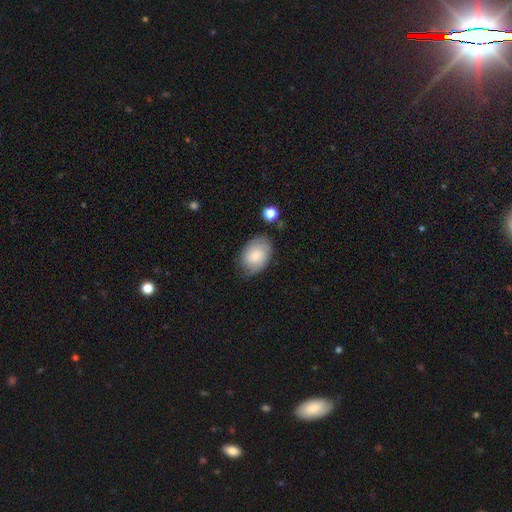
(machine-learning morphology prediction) A smooth galaxy with no disk features (68%) that is in between round and cigar-shaped (80%).

Vote fractions:
- Smooth or featured? smooth: 68% / featured or disk: 25% / star or artifact: 7%
- How rounded? in between: 80% / round: 19% / cigar-shaped: 1%
- Merging? none: 69% / minor disturbance: 22% / major disturbance: 6% / merger: 3%